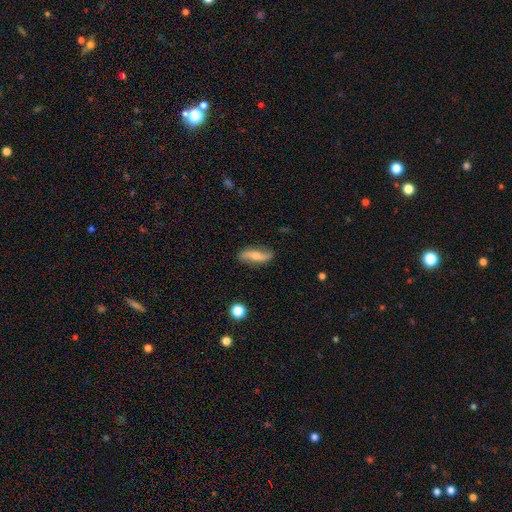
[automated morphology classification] featured or disk 60%, smooth 33%, star or artifact 7%. Down the decision tree: edge-on disk — no (79%); merging — none (81%).